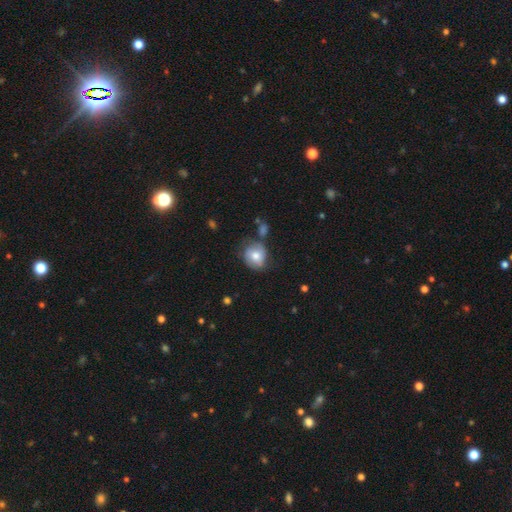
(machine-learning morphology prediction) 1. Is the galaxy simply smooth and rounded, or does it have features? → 65% smooth, 27% featured or disk, 8% star or artifact.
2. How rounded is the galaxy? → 73% round, 26% in between, 1% cigar-shaped.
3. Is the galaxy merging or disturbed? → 59% none, 25% minor disturbance, 9% major disturbance, 7% merger.